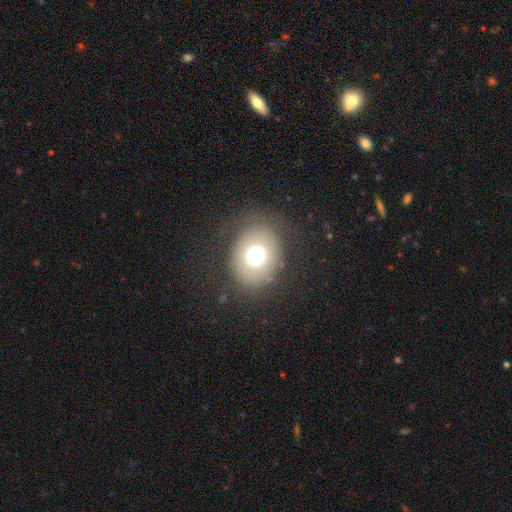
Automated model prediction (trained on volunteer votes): A smooth galaxy with no disk features (65%) that is round (71%).

Vote fractions:
- Smooth or featured? smooth: 65% / star or artifact: 18% / featured or disk: 17%
- How rounded? round: 71% / in between: 28% / cigar-shaped: 1%
- Merging? none: 75% / minor disturbance: 12% / major disturbance: 11% / merger: 2%